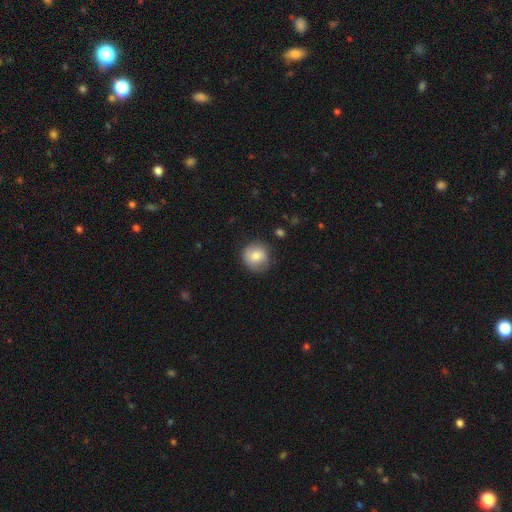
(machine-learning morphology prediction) smooth 78%, featured or disk 13%, star or artifact 8%. Down the decision tree: how rounded — round (91%); merging — none (80%).